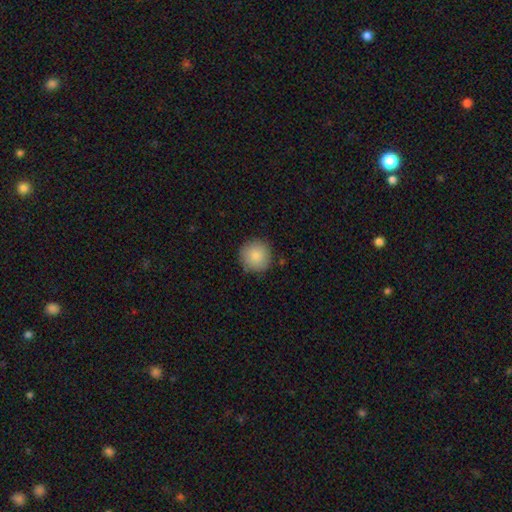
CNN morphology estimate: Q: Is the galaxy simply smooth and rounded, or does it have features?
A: smooth — 85%.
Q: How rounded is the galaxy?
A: round — 95%.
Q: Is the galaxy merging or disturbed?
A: none — 88%.